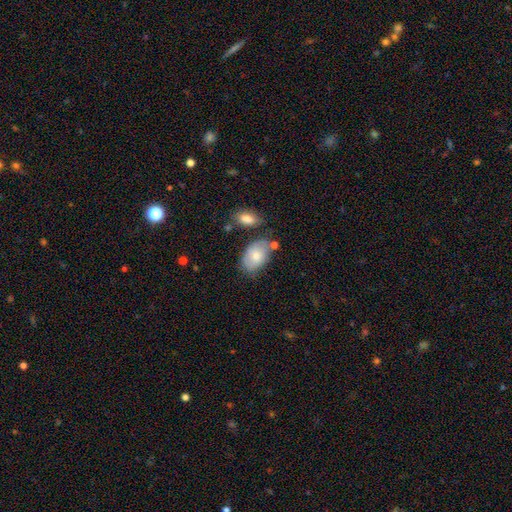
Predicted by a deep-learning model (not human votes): A smooth galaxy with no disk features (74%) that is in between round and cigar-shaped (91%). Merging: none (59%).